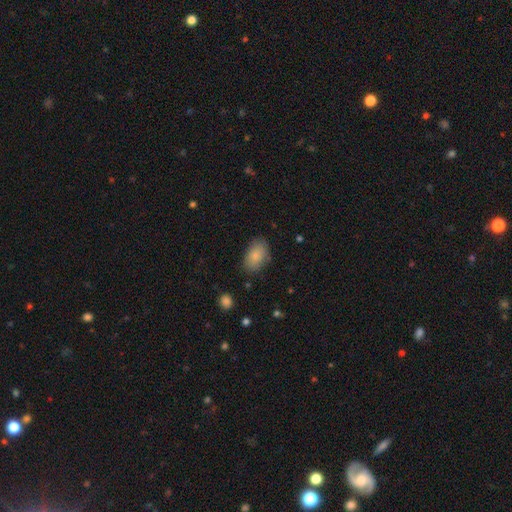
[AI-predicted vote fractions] Smooth or featured? Predicted: smooth (p=0.85). How rounded? Predicted: in between (p=0.91). Merging? Predicted: none (p=0.80).